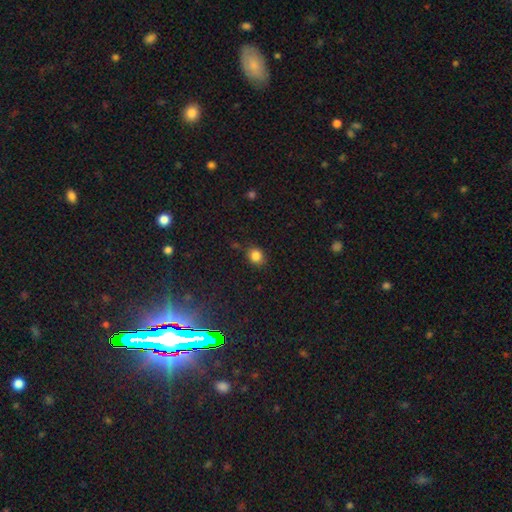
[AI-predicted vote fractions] A smooth galaxy with no disk features (84%) that is round (72%).

Vote fractions:
- Smooth or featured? smooth: 84% / star or artifact: 12% / featured or disk: 5%
- How rounded? round: 72% / in between: 27% / cigar-shaped: 1%
- Merging? none: 80% / minor disturbance: 14% / major disturbance: 3% / merger: 3%